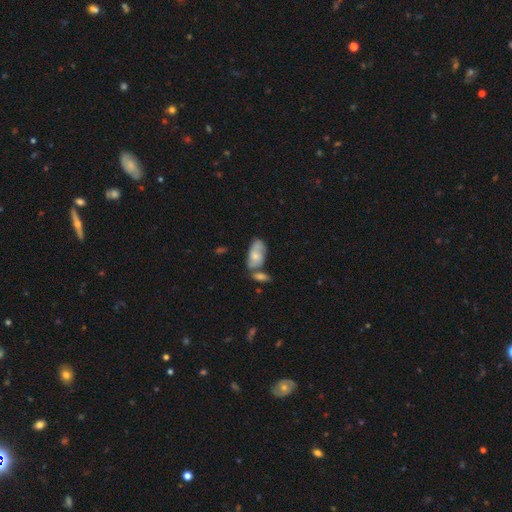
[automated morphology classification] smooth 55%, featured or disk 38%, star or artifact 7%. Down the decision tree: how rounded — in between (91%); merging — none (39%).